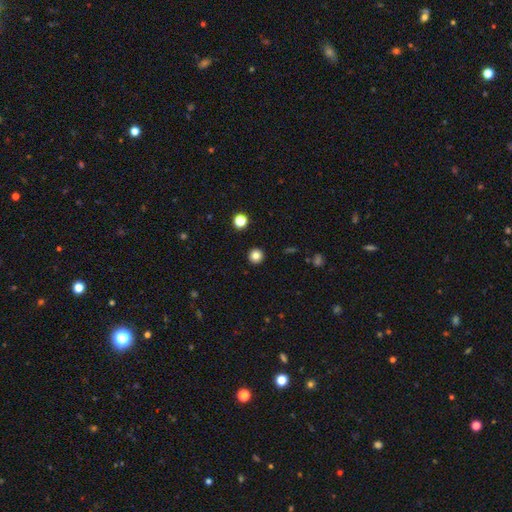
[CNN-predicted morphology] The model was most divided on "smooth or featured": smooth: 83%, star or artifact: 12%, featured or disk: 5%. More confident: how rounded — round (95%); merging — none (93%).